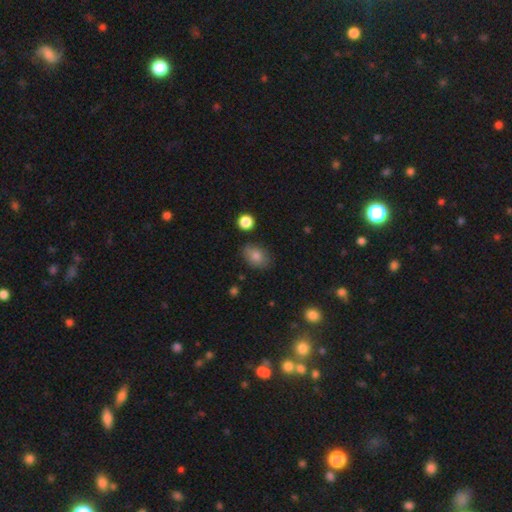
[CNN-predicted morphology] smooth-or-featured: smooth: 80% | featured or disk: 10% | star or artifact: 10%
  how-rounded: in between: 75% | round: 24% | cigar-shaped: 1%
  merging: none: 80% | minor disturbance: 15% | major disturbance: 3% | merger: 3%